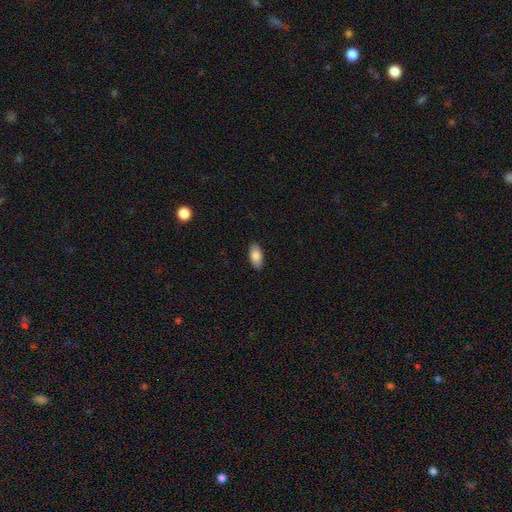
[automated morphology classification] Smooth or featured?
  - smooth: 86% *
  - featured or disk: 7%
  - star or artifact: 7%
How rounded?
  - in between: 93% *
  - cigar-shaped: 5%
  - round: 3%
Merging?
  - none: 89% *
  - minor disturbance: 8%
  - major disturbance: 2%
  - merger: 1%